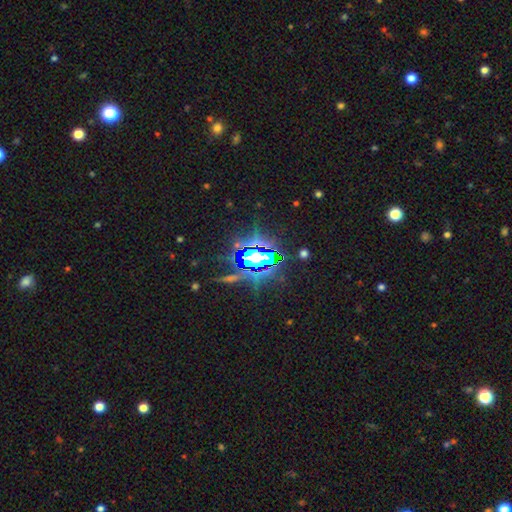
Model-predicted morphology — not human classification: A star or artifact, not a galaxy (84%).